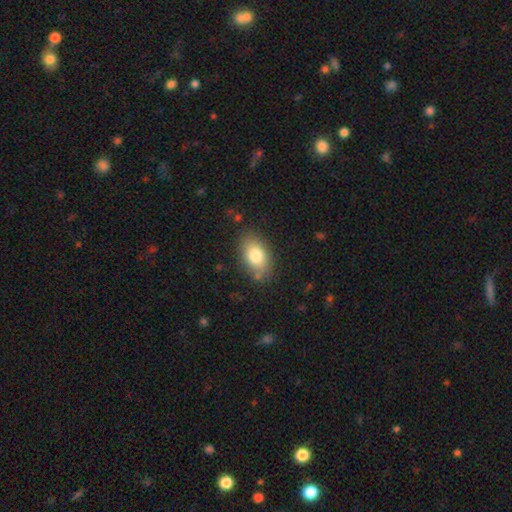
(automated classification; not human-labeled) A smooth galaxy with no disk features (80%) that is in between round and cigar-shaped (88%).

Vote fractions:
- Smooth or featured? smooth: 80% / featured or disk: 12% / star or artifact: 8%
- How rounded? in between: 88% / round: 10% / cigar-shaped: 2%
- Merging? none: 80% / minor disturbance: 14% / major disturbance: 4% / merger: 3%